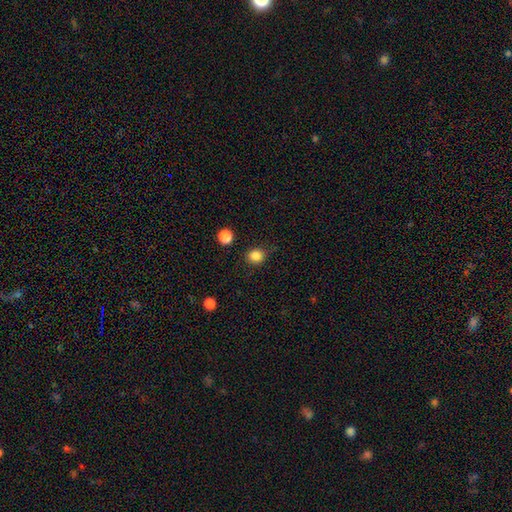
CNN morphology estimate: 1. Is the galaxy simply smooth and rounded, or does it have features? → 85% smooth, 12% star or artifact, 4% featured or disk.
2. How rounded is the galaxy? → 81% round, 19% in between, 1% cigar-shaped.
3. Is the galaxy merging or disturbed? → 82% none, 12% minor disturbance, 3% major disturbance, 2% merger.